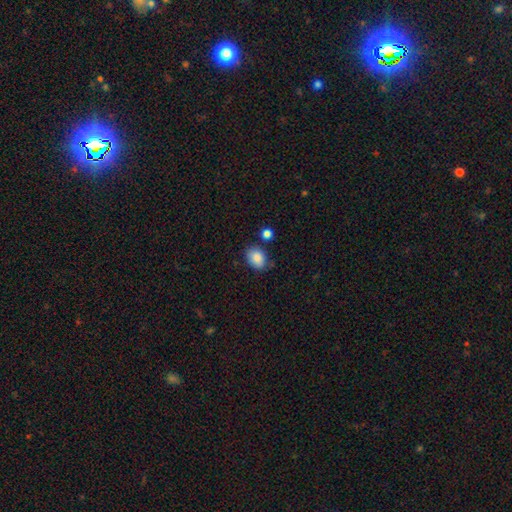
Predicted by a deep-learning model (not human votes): This is clearly a smooth galaxy (86%). How rounded: likely in between (72%). Merging: likely none (74%).